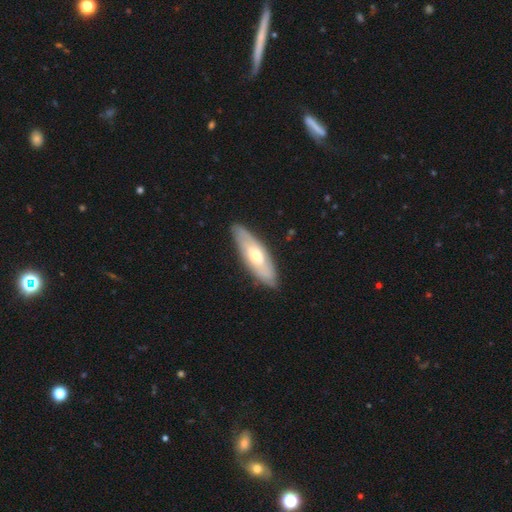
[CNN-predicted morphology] type=featured or disk (56%); edge-on=no (66%); merging=none (84%).